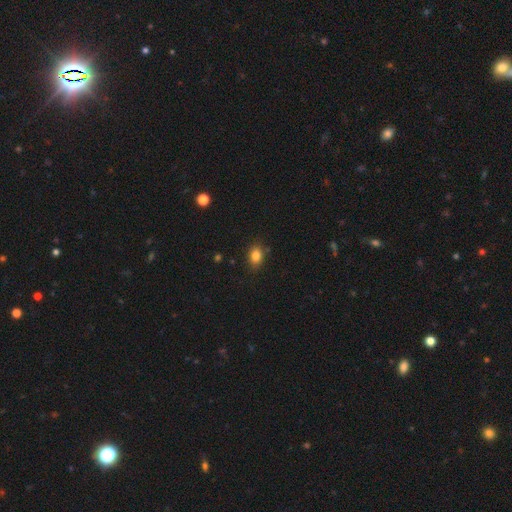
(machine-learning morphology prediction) A smooth galaxy with no disk features (83%) that is in between round and cigar-shaped (71%).

Vote fractions:
- Smooth or featured? smooth: 83% / star or artifact: 11% / featured or disk: 6%
- How rounded? in between: 71% / round: 28% / cigar-shaped: 1%
- Merging? none: 84% / minor disturbance: 12% / major disturbance: 3% / merger: 2%